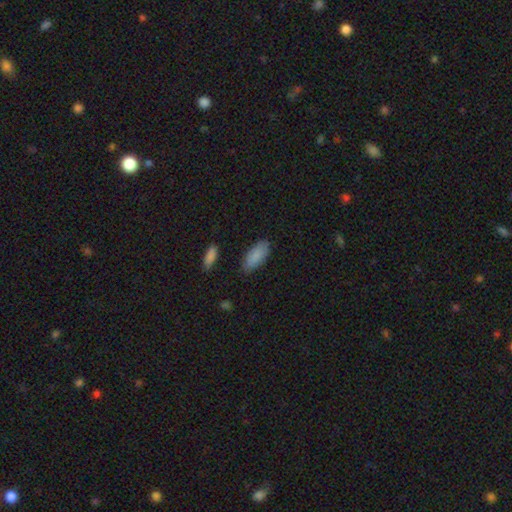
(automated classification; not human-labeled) Morphology: type=smooth (87%); roundness=in between (85%); merging=none (82%).